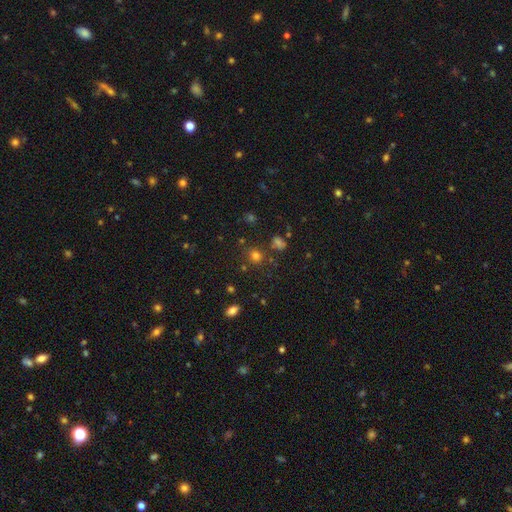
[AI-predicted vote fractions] Smooth or featured? Predicted: smooth (p=0.73). How rounded? Predicted: round (p=0.76). Merging? Predicted: none (p=0.78).